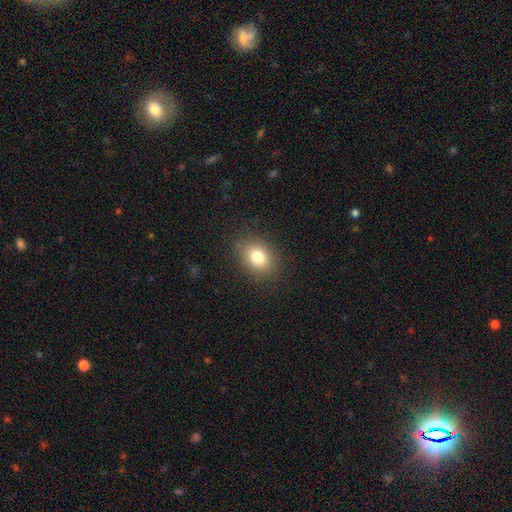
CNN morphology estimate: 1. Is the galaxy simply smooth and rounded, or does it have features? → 73% smooth, 20% star or artifact, 7% featured or disk.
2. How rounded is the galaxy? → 56% round, 43% in between, 1% cigar-shaped.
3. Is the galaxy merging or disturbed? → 91% none, 6% minor disturbance, 2% major disturbance, 1% merger.